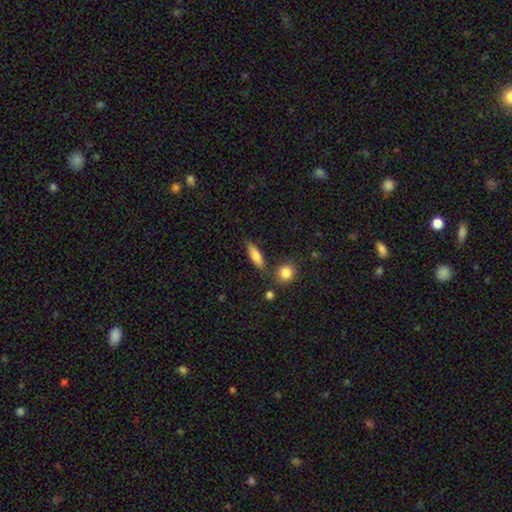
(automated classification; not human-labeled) A smooth galaxy with no disk features (77%) that is in between round and cigar-shaped (59%).

Vote fractions:
- Smooth or featured? smooth: 77% / featured or disk: 16% / star or artifact: 7%
- How rounded? in between: 59% / cigar-shaped: 37% / round: 4%
- Merging? none: 76% / minor disturbance: 13% / merger: 7% / major disturbance: 4%